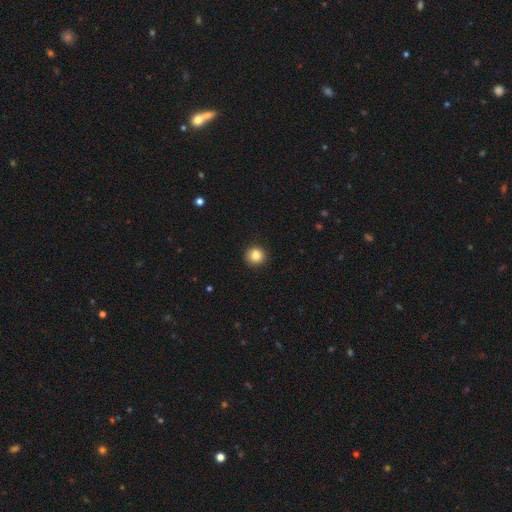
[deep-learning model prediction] smooth 85%, star or artifact 10%, featured or disk 5%. Down the decision tree: how rounded — round (91%); merging — none (90%).